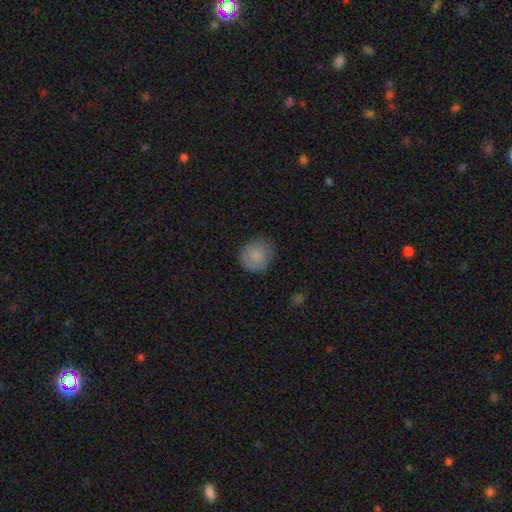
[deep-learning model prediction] Smooth or featured? smooth (77%)
How rounded? round (89%)
Merging? none (77%)